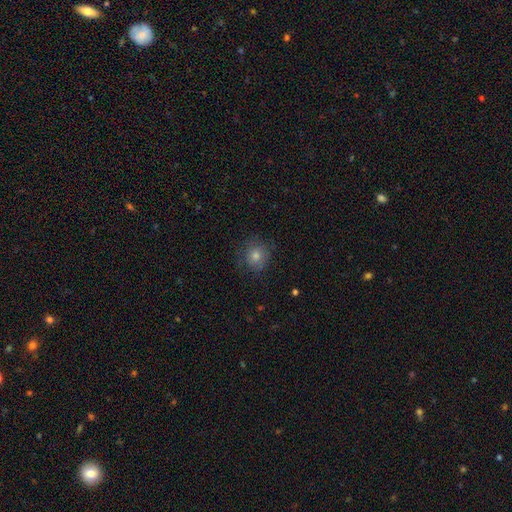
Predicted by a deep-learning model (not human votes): Smooth or featured? smooth (64%)
How rounded? round (87%)
Merging? none (79%)